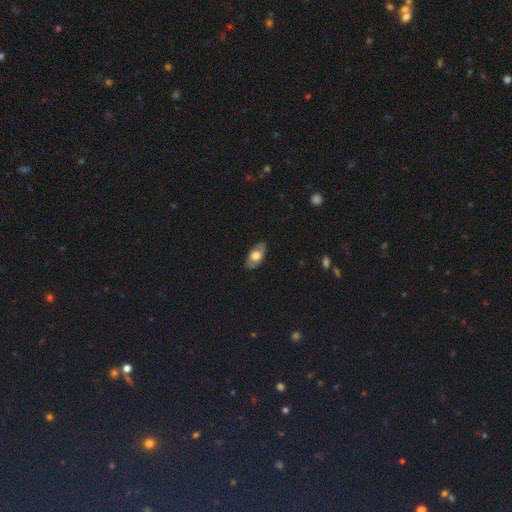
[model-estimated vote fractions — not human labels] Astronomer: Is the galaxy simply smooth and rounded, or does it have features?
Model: smooth — 60%.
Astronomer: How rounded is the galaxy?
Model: in between — 91%.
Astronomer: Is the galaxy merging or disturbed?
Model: none — 82%.